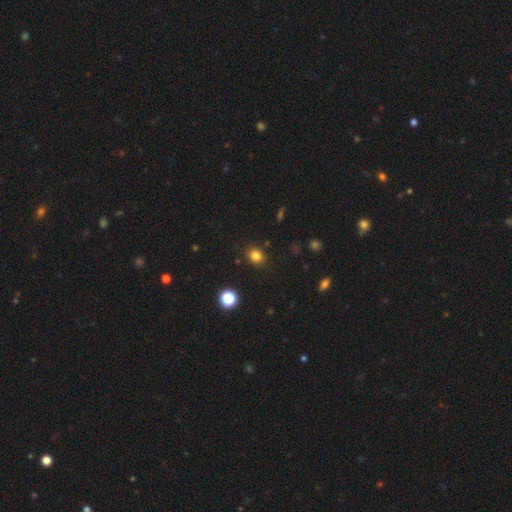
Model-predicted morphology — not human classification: A smooth galaxy with no disk features (81%) that is round (58%).

Vote fractions:
- Smooth or featured? smooth: 81% / star or artifact: 13% / featured or disk: 6%
- How rounded? round: 58% / in between: 41% / cigar-shaped: 1%
- Merging? none: 87% / minor disturbance: 8% / major disturbance: 2% / merger: 2%